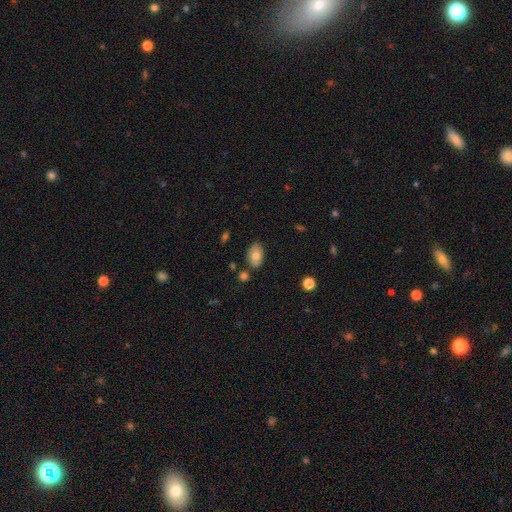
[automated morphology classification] This is likely a smooth galaxy (72%). How rounded: clearly in between (90%). Merging: likely none (78%).